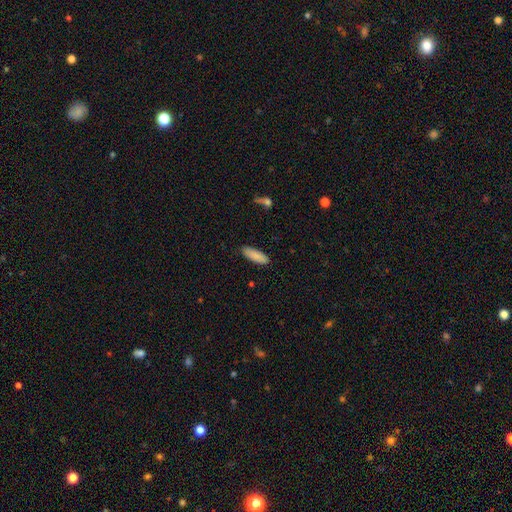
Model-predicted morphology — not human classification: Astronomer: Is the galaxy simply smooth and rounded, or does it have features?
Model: smooth — 87%.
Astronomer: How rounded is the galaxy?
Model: in between — 56% (runner-up: cigar-shaped, 43%).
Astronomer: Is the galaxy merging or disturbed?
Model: none — 88%.